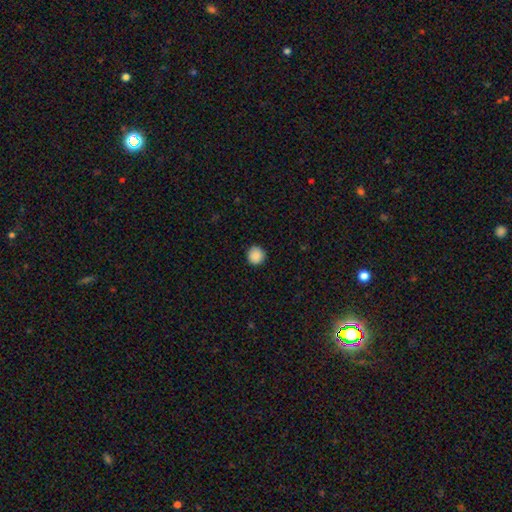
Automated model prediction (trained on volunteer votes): smooth-or-featured: smooth: 89% | star or artifact: 9% | featured or disk: 2%
  how-rounded: round: 95% | in between: 4% | cigar-shaped: 1%
  merging: none: 92% | minor disturbance: 6% | major disturbance: 2% | merger: 1%